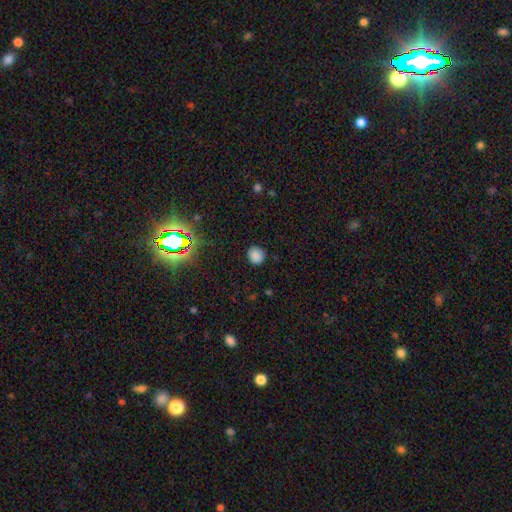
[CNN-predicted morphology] type=smooth (81%); roundness=round (84%); merging=none (87%).